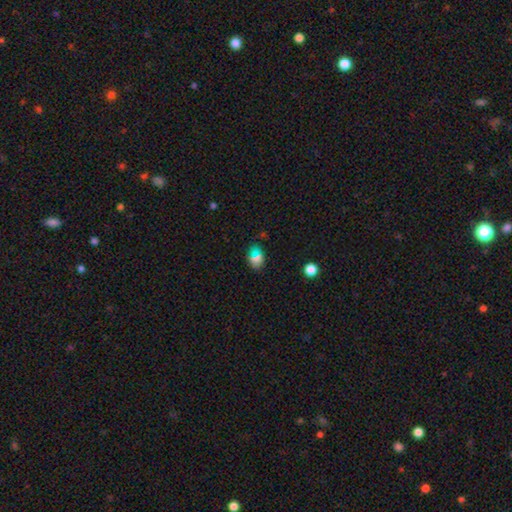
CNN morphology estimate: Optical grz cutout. It shows a smooth galaxy with no disk features (68%) that is in between round and cigar-shaped (76%). Merging: none (83%).